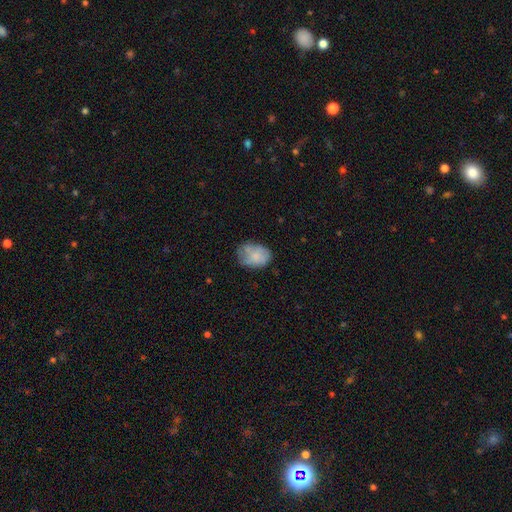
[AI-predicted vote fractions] Smooth or featured? smooth (68%)
How rounded? in between (71%)
Merging? none (50%)